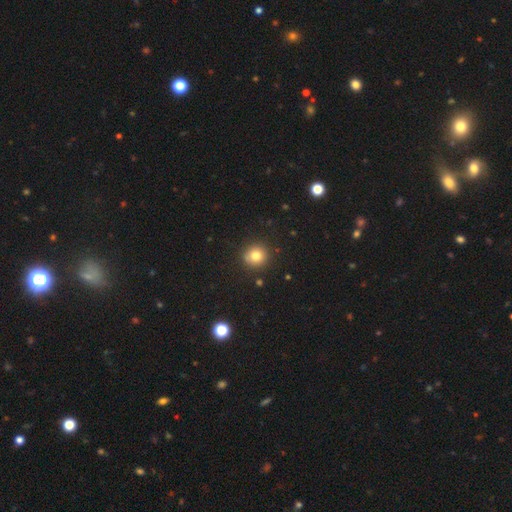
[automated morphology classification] A smooth galaxy with no disk features (79%) that is round (92%). Merging: none (89%).